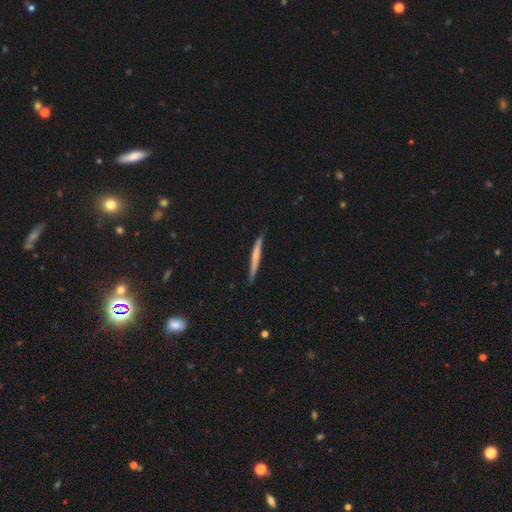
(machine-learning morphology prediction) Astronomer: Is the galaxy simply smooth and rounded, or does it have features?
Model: smooth — 52% (runner-up: featured or disk, 43%).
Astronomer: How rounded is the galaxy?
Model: cigar-shaped — 96%.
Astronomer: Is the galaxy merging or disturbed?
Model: none — 84%.